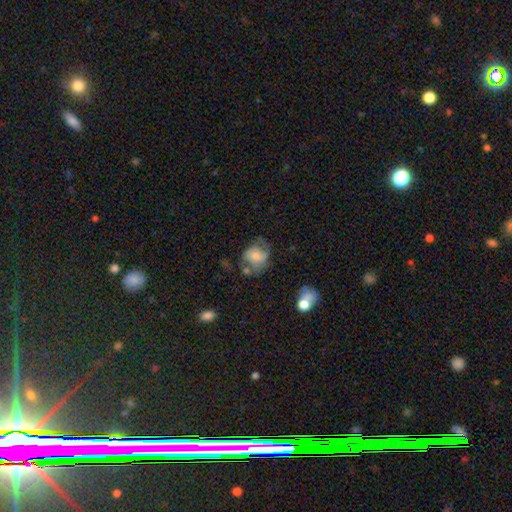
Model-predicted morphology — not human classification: A smooth galaxy with no disk features (55%) that is round (62%). Merging: none (43%).